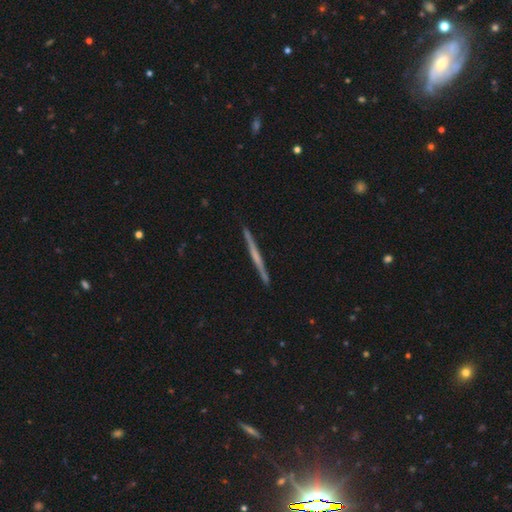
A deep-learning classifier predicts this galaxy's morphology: The model was most divided on "smooth or featured": featured or disk: 63%, smooth: 32%, star or artifact: 6%. More confident: edge-on disk — yes (98%); merging — none (92%); edge-on bulge — none (74%).